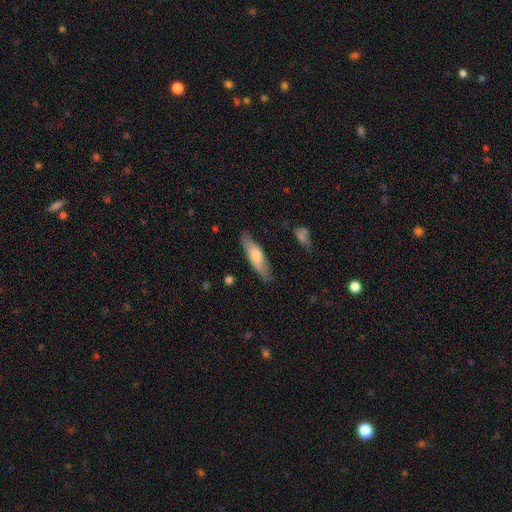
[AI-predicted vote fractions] Smooth or featured? smooth (68%)
How rounded? cigar-shaped (60%)
Merging? none (84%)